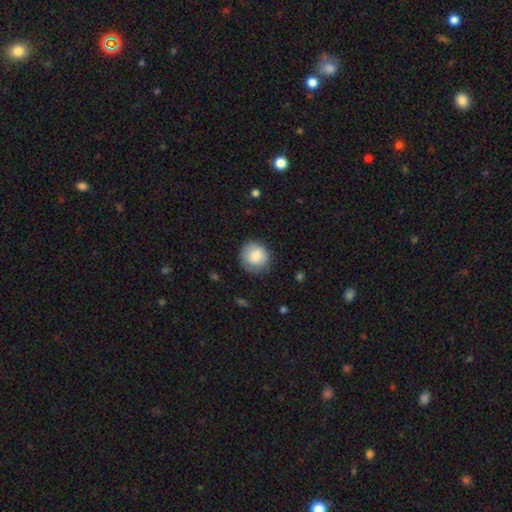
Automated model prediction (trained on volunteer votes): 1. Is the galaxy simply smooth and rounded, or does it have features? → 84% smooth, 9% featured or disk, 7% star or artifact.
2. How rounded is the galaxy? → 86% round, 13% in between, 1% cigar-shaped.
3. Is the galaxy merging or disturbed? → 78% none, 17% minor disturbance, 4% major disturbance, 1% merger.